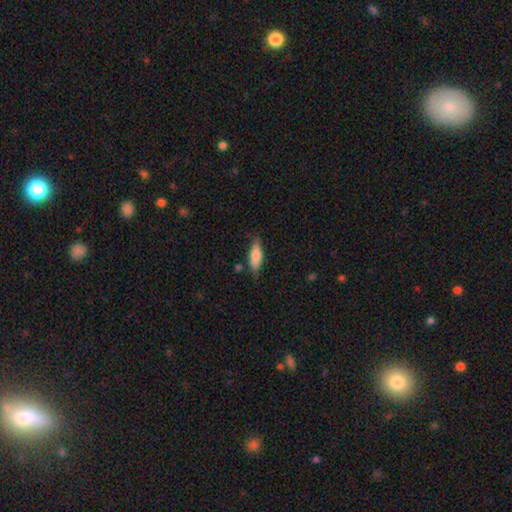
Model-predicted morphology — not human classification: Smooth or featured? Predicted: smooth (p=0.73). How rounded? Predicted: in between (p=0.54). Merging? Predicted: none (p=0.75).